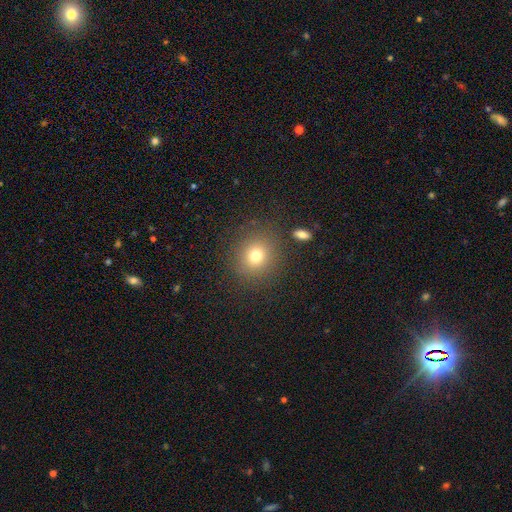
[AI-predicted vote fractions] Smooth or featured? smooth (74%)
How rounded? round (85%)
Merging? none (86%)